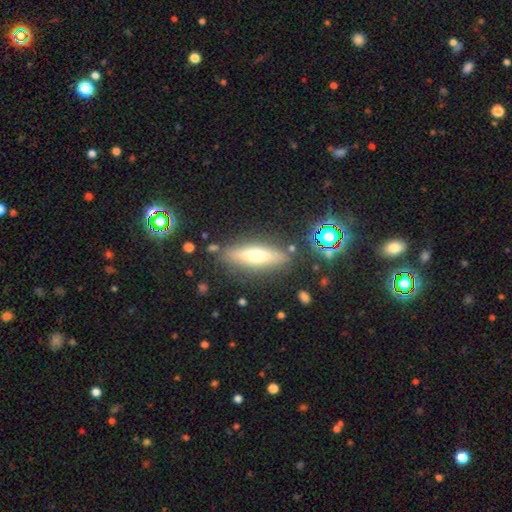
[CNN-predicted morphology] Overall: smooth (53%; featured or disk 38%). How rounded: cigar-shaped (60%; in between 37%). Merging: none (80%).